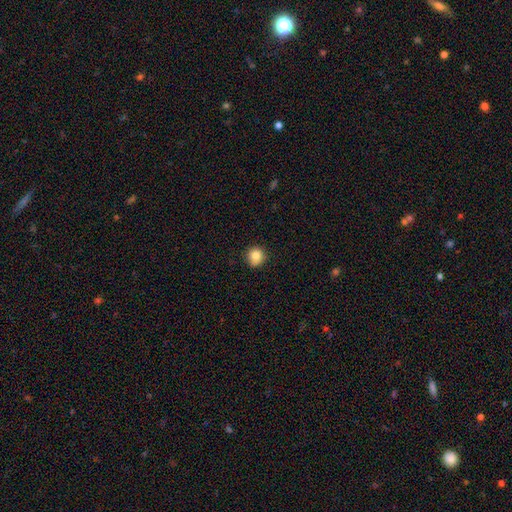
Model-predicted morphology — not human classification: A smooth galaxy with no disk features (83%) that is round (91%). Merging: none (84%).